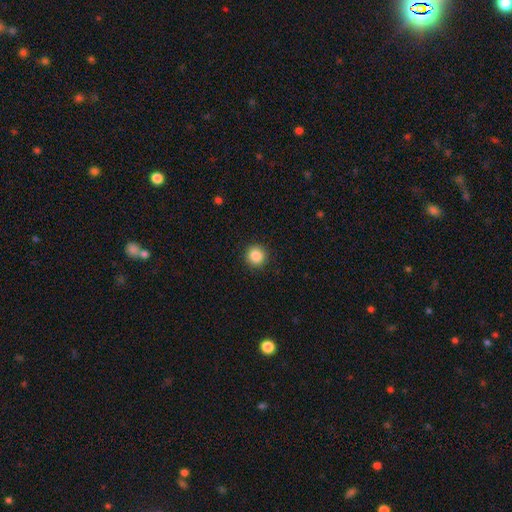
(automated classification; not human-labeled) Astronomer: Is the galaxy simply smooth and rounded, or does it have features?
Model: smooth — 87%.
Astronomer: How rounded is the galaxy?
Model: round — 94%.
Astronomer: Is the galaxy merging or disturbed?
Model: none — 92%.